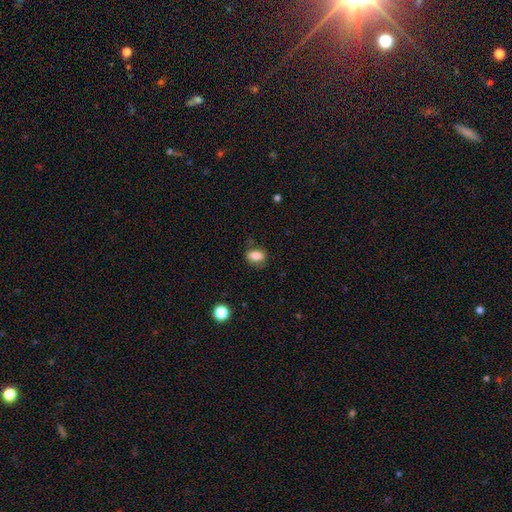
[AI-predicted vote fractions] Morphology: type=smooth (82%); roundness=in between (77%); merging=none (74%).